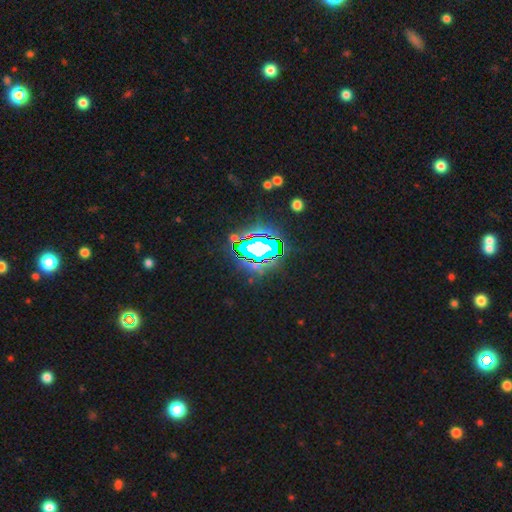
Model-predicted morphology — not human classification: Overall: star or artifact (73%).